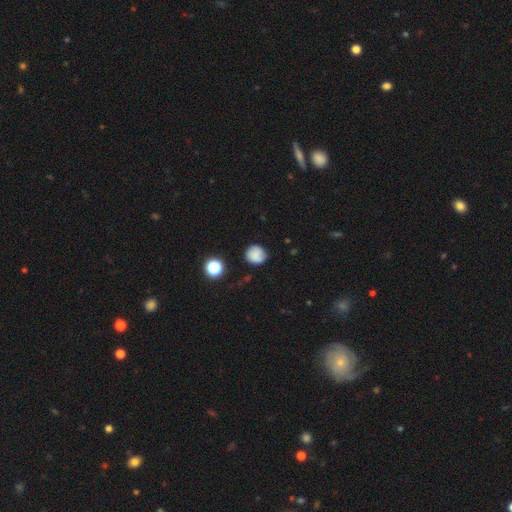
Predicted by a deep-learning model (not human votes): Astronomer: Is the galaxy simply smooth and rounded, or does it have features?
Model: smooth — 74%.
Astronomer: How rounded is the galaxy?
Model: round — 87%.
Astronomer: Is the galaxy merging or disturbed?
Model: none — 74%.